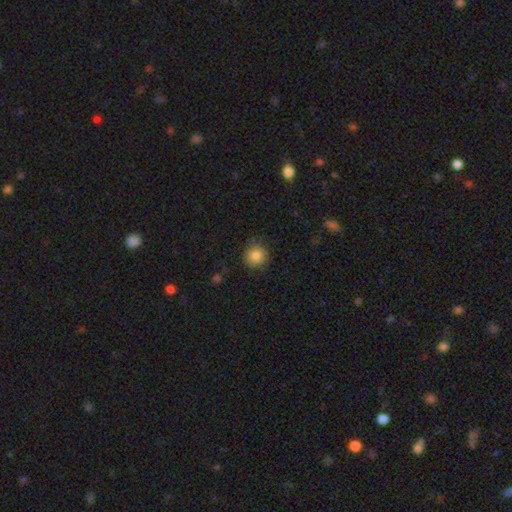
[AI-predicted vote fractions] smooth-or-featured: smooth: 84% | star or artifact: 10% | featured or disk: 7%
  how-rounded: round: 92% | in between: 7% | cigar-shaped: 1%
  merging: none: 79% | minor disturbance: 16% | major disturbance: 4% | merger: 1%